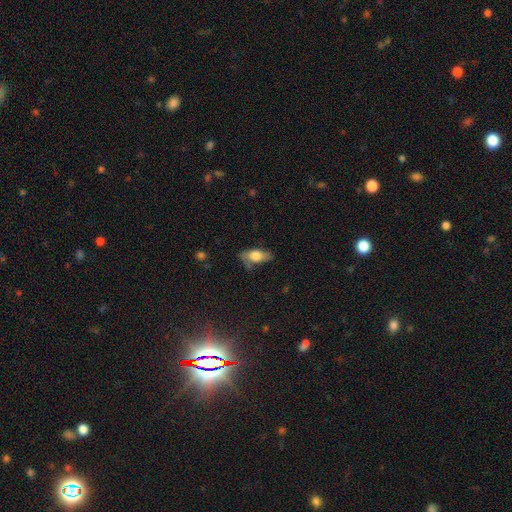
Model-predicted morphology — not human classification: A smooth galaxy with no disk features (67%) that is in between round and cigar-shaped (83%). Merging: none (56%).